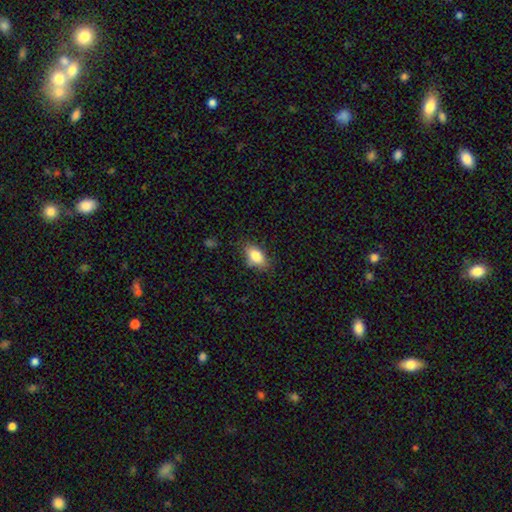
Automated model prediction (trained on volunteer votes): A smooth galaxy with no disk features (81%) that is in between round and cigar-shaped (87%). Merging: none (78%).